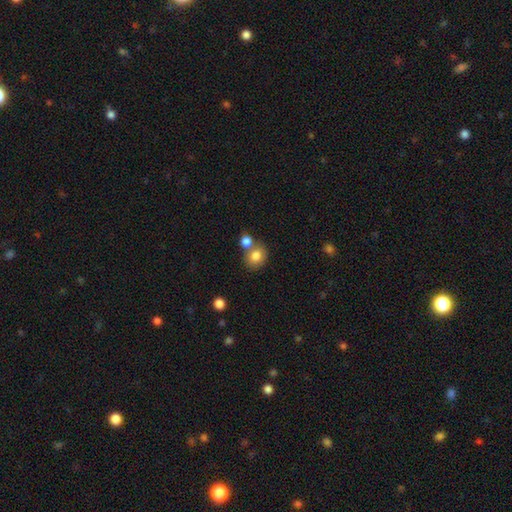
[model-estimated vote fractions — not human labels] Morphology: type=smooth (81%); roundness=round (63%); merging=none (57%).